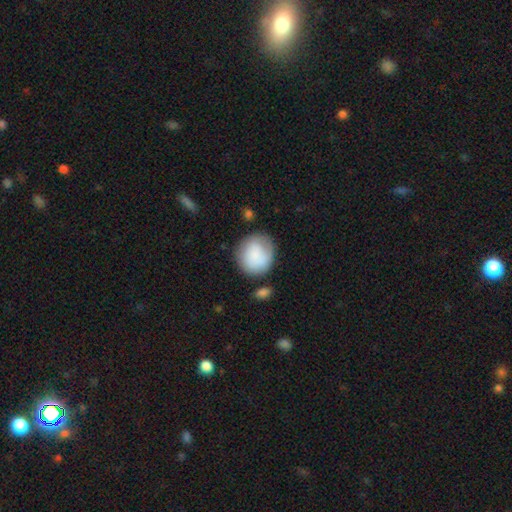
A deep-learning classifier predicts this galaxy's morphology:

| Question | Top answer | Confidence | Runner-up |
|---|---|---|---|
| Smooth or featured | smooth | 79% | featured or disk (14%) |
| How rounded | round | 84% | in between (15%) |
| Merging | none | 65% | minor disturbance (20%) |